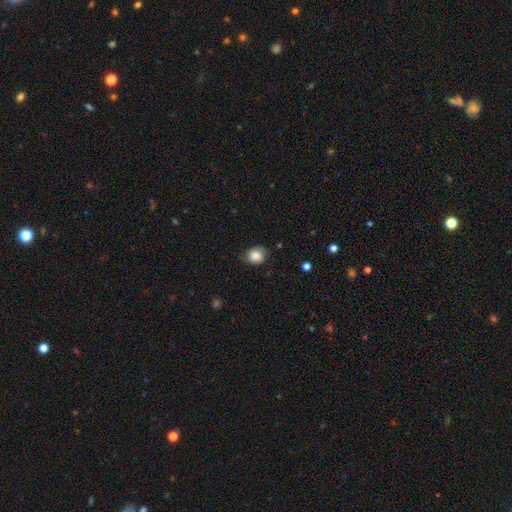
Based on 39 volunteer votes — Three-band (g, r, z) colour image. It shows a smooth galaxy with no disk features (74%) that is in between round and cigar-shaped (52%). Merging: none (66%).